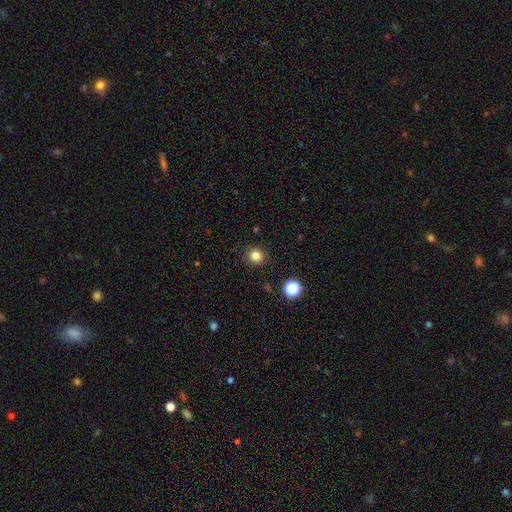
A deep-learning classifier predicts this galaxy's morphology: This appears to be a smooth galaxy with no disk features (82%) that is round (91%). Merging: none (90%).